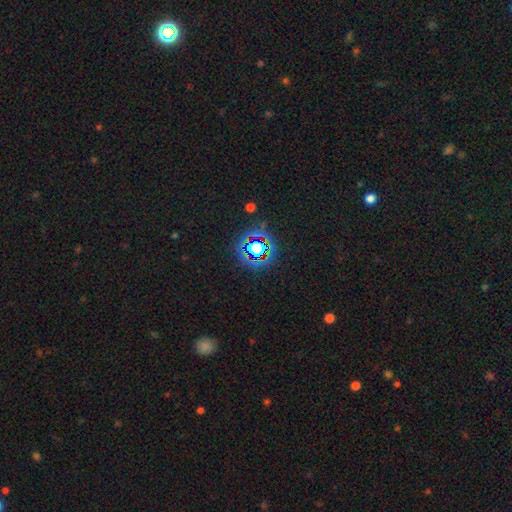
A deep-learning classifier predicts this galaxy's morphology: type=star or artifact (64%).